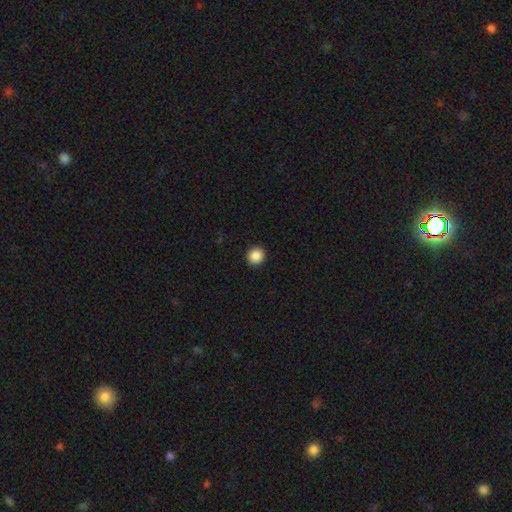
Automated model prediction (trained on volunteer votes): A smooth galaxy with no disk features (88%) that is round (94%).

Vote fractions:
- Smooth or featured? smooth: 88% / star or artifact: 9% / featured or disk: 3%
- How rounded? round: 94% / in between: 5% / cigar-shaped: 1%
- Merging? none: 93% / minor disturbance: 4% / major disturbance: 2% / merger: 1%